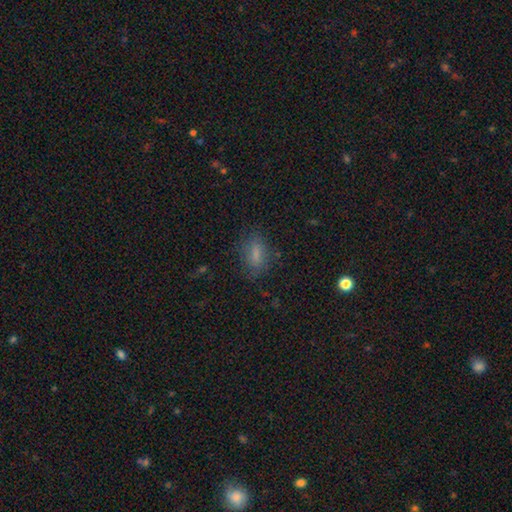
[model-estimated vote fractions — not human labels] Smooth or featured?
  - smooth: 68% *
  - star or artifact: 18%
  - featured or disk: 14%
How rounded?
  - in between: 73% *
  - cigar-shaped: 16%
  - round: 11%
Merging?
  - none: 77% *
  - minor disturbance: 15%
  - major disturbance: 6%
  - merger: 2%